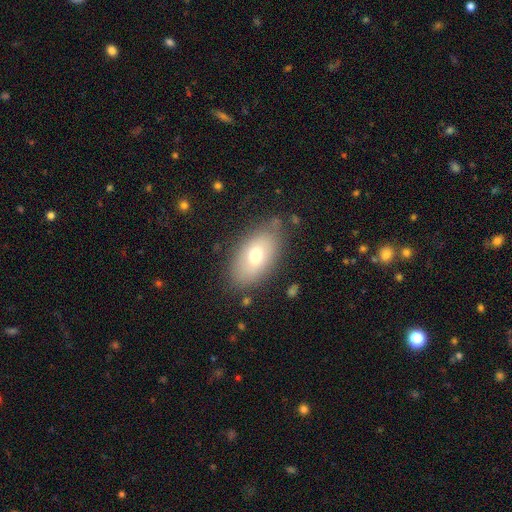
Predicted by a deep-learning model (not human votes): Overall: smooth (68%). How rounded: in between (90%). Merging: none (77%).